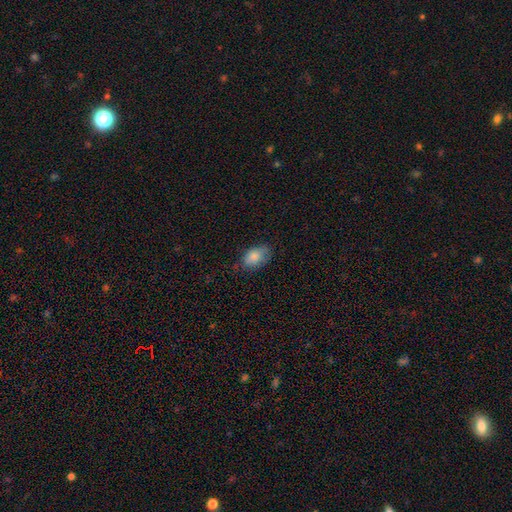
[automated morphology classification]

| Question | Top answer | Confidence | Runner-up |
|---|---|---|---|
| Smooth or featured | smooth | 84% | featured or disk (9%) |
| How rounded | in between | 89% | round (9%) |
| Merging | none | 65% | minor disturbance (27%) |